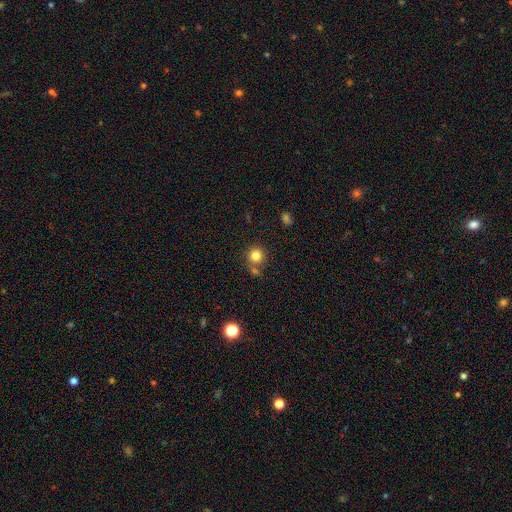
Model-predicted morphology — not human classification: Q: Smooth or featured?
A: smooth (82%); runner-up: star or artifact (12%)
Q: How rounded?
A: round (92%); runner-up: in between (7%)
Q: Merging?
A: none (68%); runner-up: merger (19%)